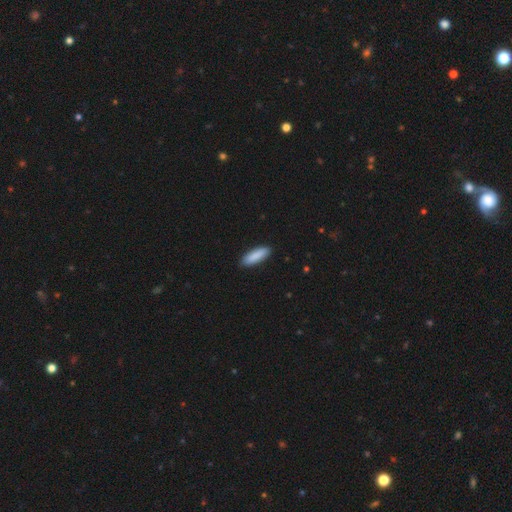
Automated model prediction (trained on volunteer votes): Smooth or featured: smooth — 89% (featured or disk — 6%)
How rounded: cigar-shaped — 57% (in between — 42%)
Merging: none — 89% (minor disturbance — 8%)